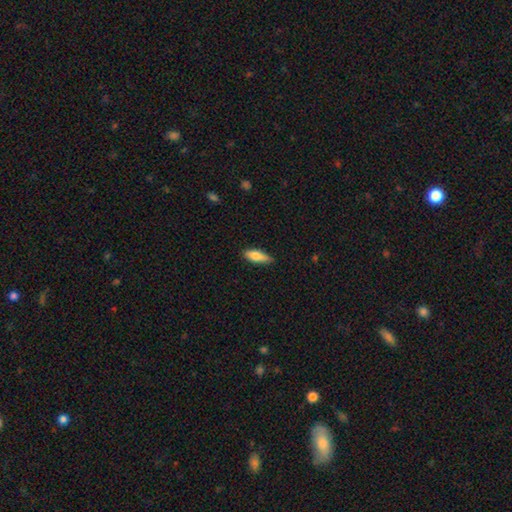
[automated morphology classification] Smooth or featured? smooth (79%)
How rounded? in between (59%)
Merging? none (78%)